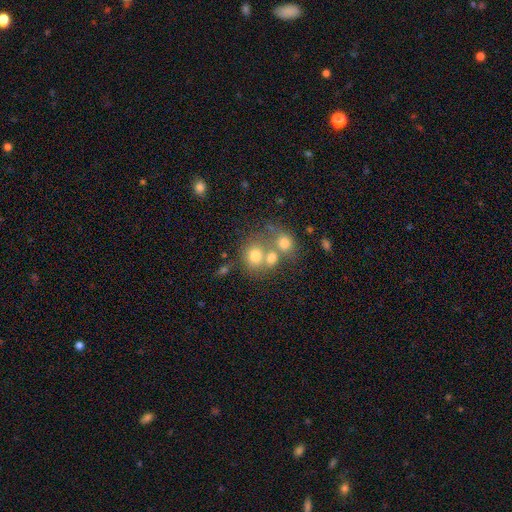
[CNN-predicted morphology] Overall: smooth (70%). How rounded: round (73%). Merging: merger (46%; none 40%).